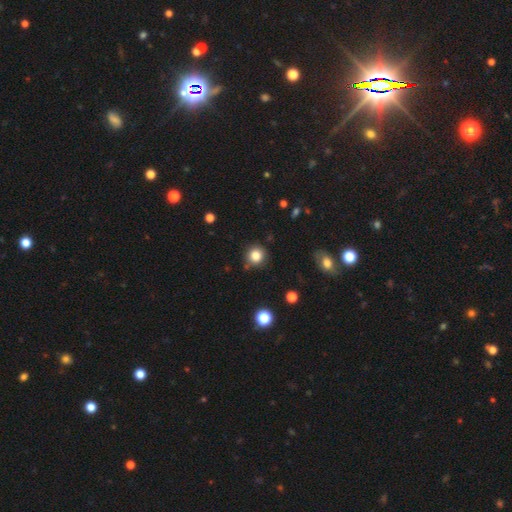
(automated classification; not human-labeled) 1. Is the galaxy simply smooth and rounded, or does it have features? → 83% smooth, 11% star or artifact, 6% featured or disk.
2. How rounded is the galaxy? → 91% round, 8% in between, 1% cigar-shaped.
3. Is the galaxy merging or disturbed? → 85% none, 10% minor disturbance, 3% merger, 3% major disturbance.